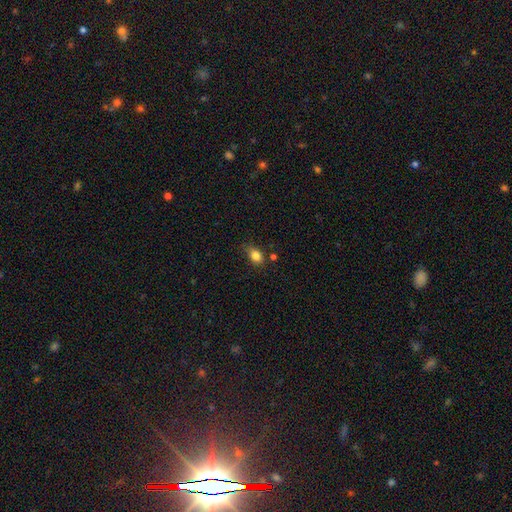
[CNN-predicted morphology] This appears to be a smooth galaxy with no disk features (83%) that is in between round and cigar-shaped (74%). Merging: none (62%).